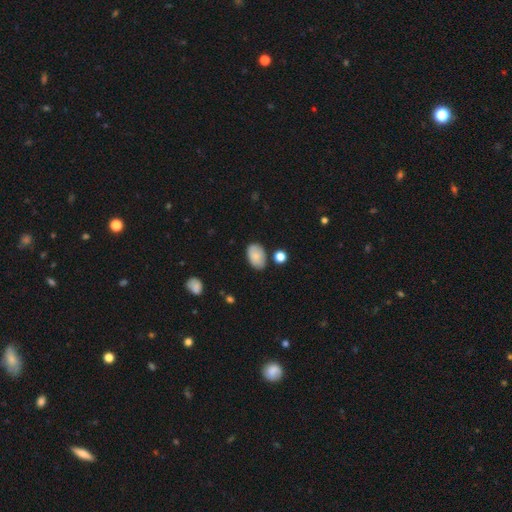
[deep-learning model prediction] This appears to be a smooth galaxy with no disk features (84%) that is in between round and cigar-shaped (91%). Merging: none (75%).